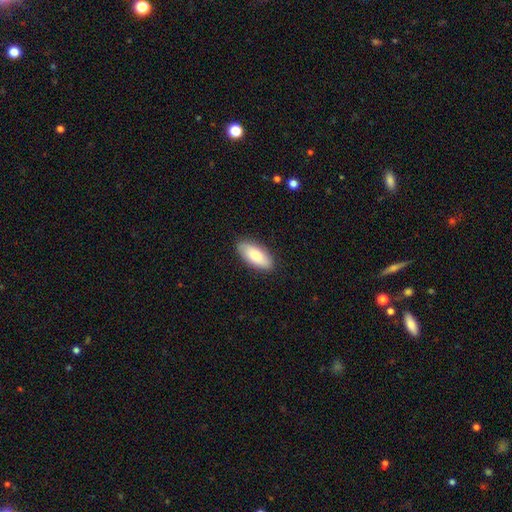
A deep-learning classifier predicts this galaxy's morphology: smooth_or_featured: smooth (p=0.82) [alt: featured or disk p=0.12]
how_rounded: in between (p=0.87) [alt: cigar-shaped p=0.11]
merging: none (p=0.87) [alt: minor disturbance p=0.10]